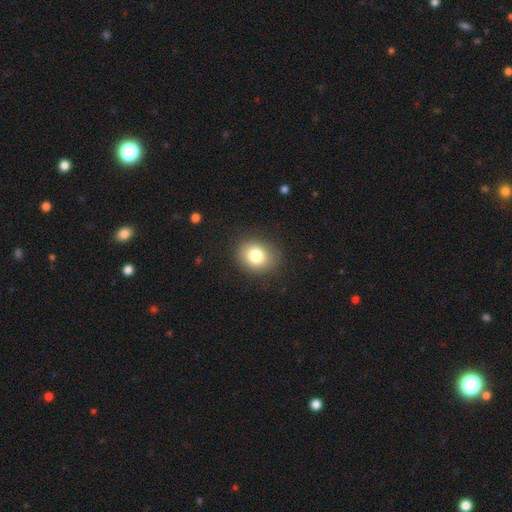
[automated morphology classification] The model was most divided on "how rounded": round: 63%, in between: 37%, cigar-shaped: 1%. More confident: merging — none (87%); smooth or featured — smooth (81%).